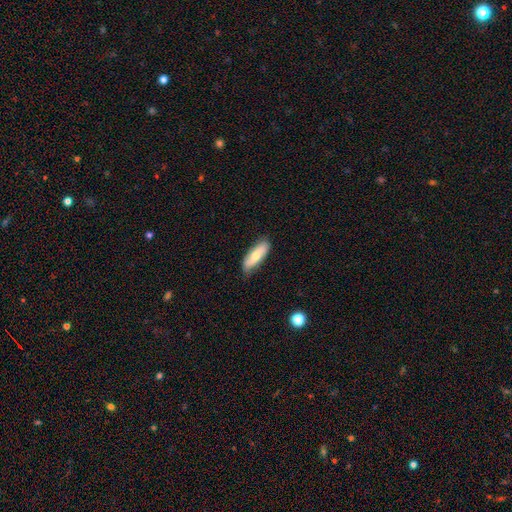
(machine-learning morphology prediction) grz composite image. It shows a smooth galaxy with no disk features (69%) that is in between round and cigar-shaped (61%). Merging: none (79%).